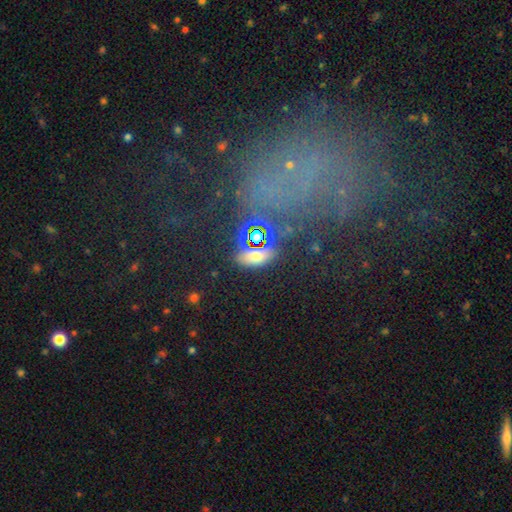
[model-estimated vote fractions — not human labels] Smooth or featured: smooth — 46% (star or artifact — 36%)
Merging: none — 68% (minor disturbance — 15%)